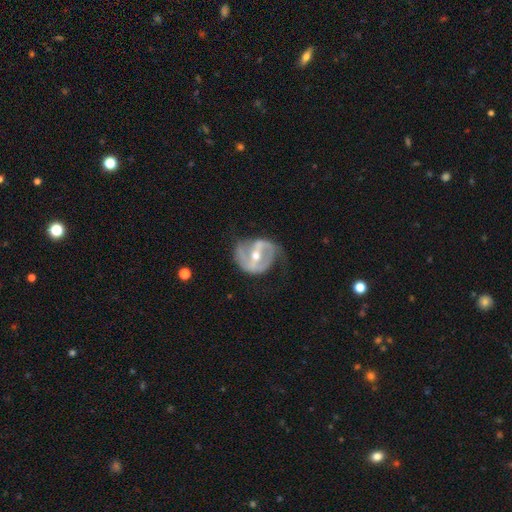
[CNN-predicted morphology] This is clearly a featured or disk galaxy (85%). It is clearly not viewed edge-on (96%). Bar: likely strong (61%). Spiral arm pattern: clearly yes (85%). Spiral arm count: likely 2 (80%). Spiral winding: marginally medium (44%). Central bulge: likely moderate (60%). Merging: possibly none (57%).